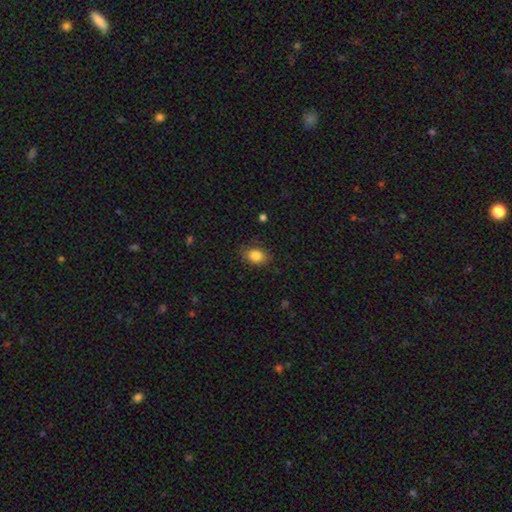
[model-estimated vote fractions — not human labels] Smooth or featured? Predicted: smooth (p=0.84). How rounded? Predicted: in between (p=0.66). Merging? Predicted: none (p=0.82).